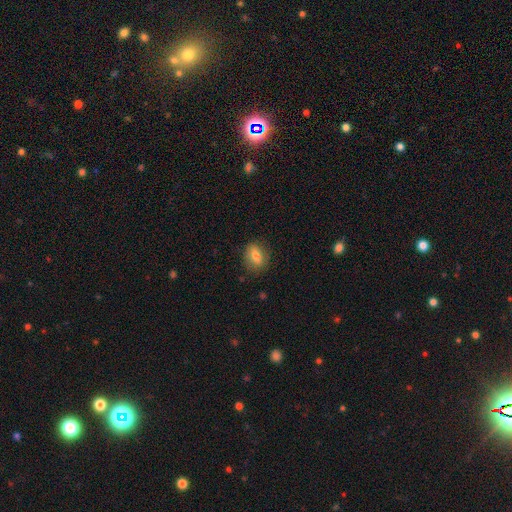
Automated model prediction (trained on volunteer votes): Morphology: type=smooth (73%); roundness=in between (69%); merging=none (79%).